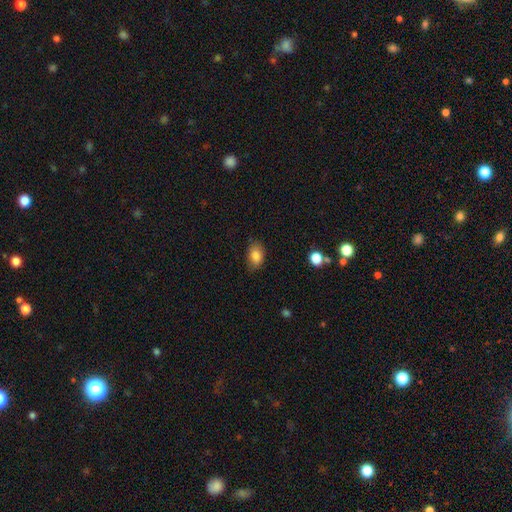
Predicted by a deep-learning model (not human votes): Smooth or featured? smooth (85%)
How rounded? in between (84%)
Merging? none (75%)